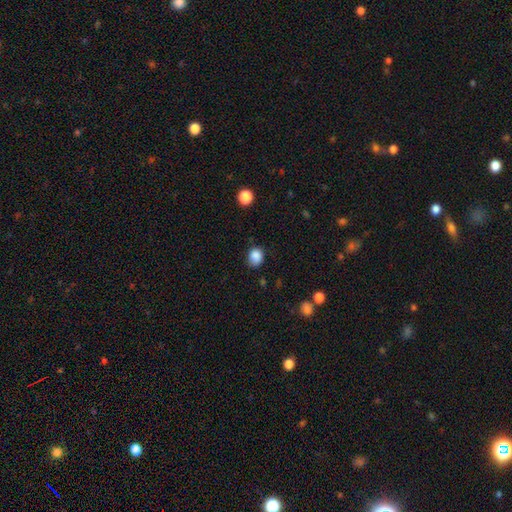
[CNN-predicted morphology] A smooth galaxy with no disk features (86%) that is round (61%). Merging: none (67%).